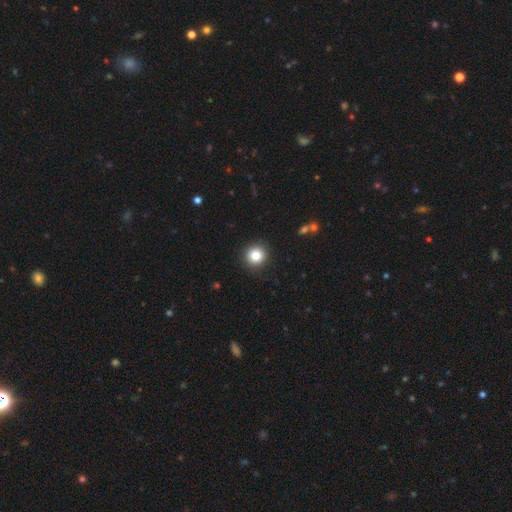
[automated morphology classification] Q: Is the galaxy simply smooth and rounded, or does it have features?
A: smooth — 82%.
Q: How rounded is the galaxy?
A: round — 94%.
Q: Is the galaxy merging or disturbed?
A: none — 90%.